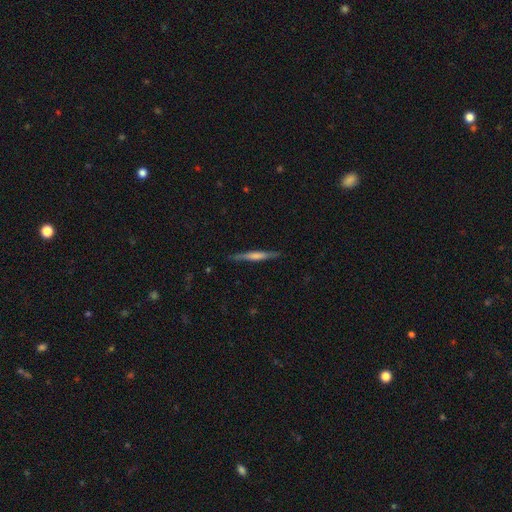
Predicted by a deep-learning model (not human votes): smooth_or_featured: featured or disk (p=0.63) [alt: smooth p=0.30]
disk_edge_on: yes (p=0.97) [alt: no p=0.03]
edge_on_bulge: rounded (p=0.46) [alt: none p=0.31]
merging: none (p=0.90) [alt: minor disturbance p=0.07]